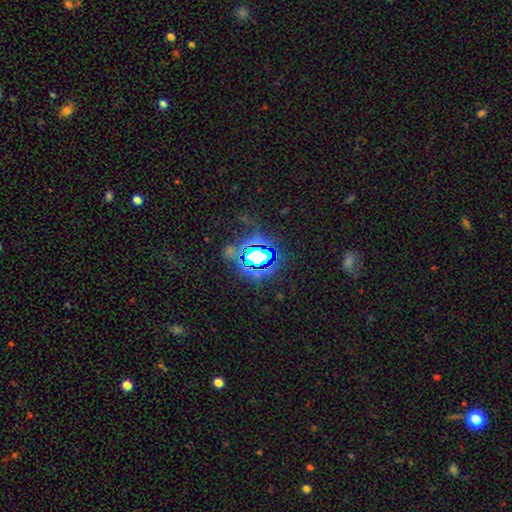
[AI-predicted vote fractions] Q: Smooth or featured?
A: star or artifact (72%); runner-up: smooth (16%)